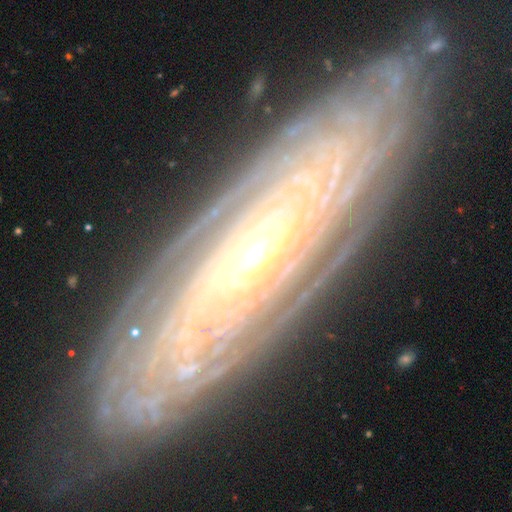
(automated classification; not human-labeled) featured or disk 86%, star or artifact 7%, smooth 7%. Down the decision tree: edge-on disk — no (81%); bar — no (65%); spiral arms — yes (93%); spiral arm count — can't tell (40%); spiral winding — tight (83%); bulge size — moderate (59%); merging — none (81%).